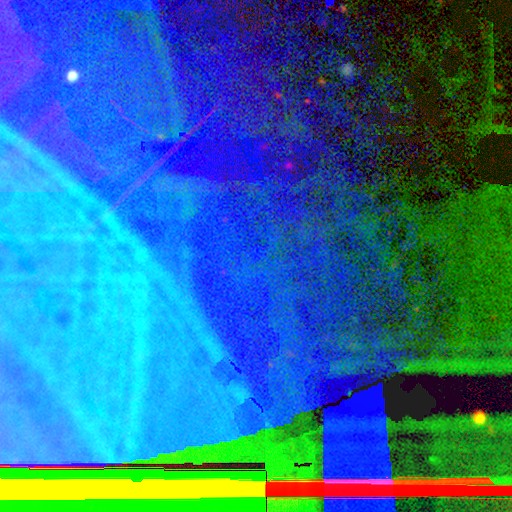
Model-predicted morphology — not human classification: Smooth or featured: star or artifact — 81% (featured or disk — 12%)